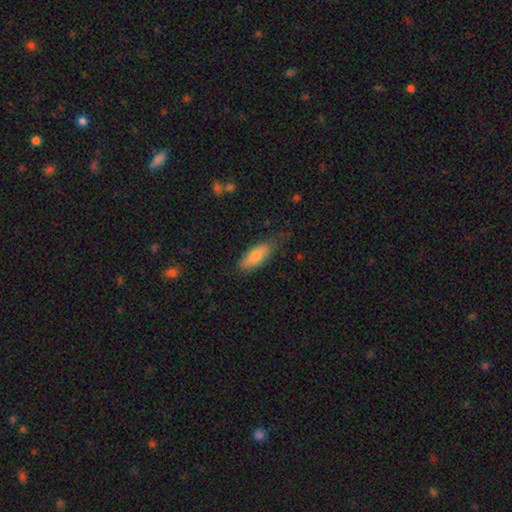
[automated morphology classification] Smooth or featured: smooth — 75% (featured or disk — 18%)
How rounded: in between — 67% (cigar-shaped — 30%)
Merging: none — 70% (minor disturbance — 24%)